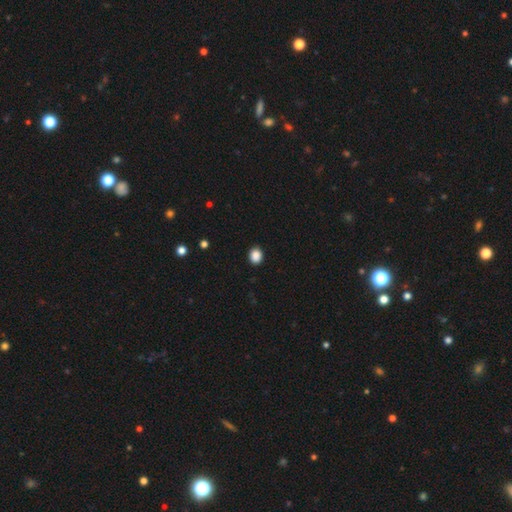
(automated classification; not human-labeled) smooth_or_featured: smooth (p=0.88) [alt: star or artifact p=0.09]
how_rounded: round (p=0.60) [alt: in between p=0.39]
merging: none (p=0.91) [alt: minor disturbance p=0.06]